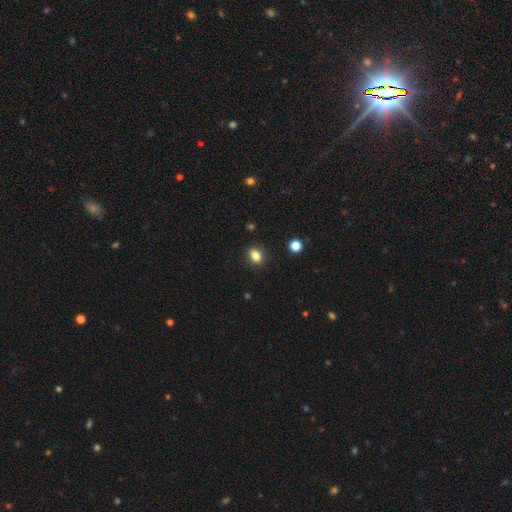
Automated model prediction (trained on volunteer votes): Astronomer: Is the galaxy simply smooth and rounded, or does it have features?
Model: smooth — 84%.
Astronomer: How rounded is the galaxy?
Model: in between — 60% (runner-up: round, 38%).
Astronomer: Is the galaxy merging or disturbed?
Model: none — 89%.